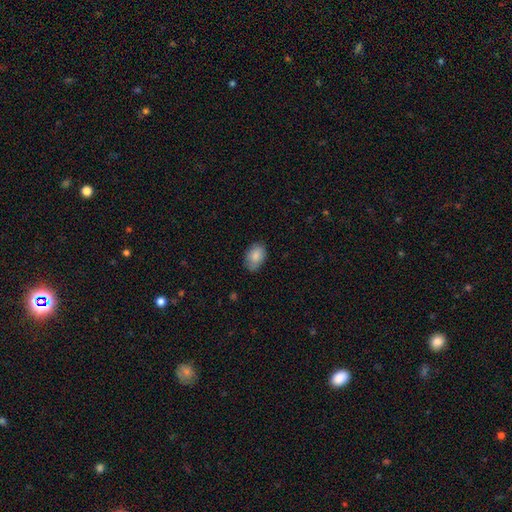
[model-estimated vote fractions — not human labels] Smooth or featured?
  - smooth: 85% *
  - featured or disk: 8%
  - star or artifact: 7%
How rounded?
  - in between: 86% *
  - round: 13%
  - cigar-shaped: 1%
Merging?
  - none: 77% *
  - minor disturbance: 19%
  - major disturbance: 3%
  - merger: 1%